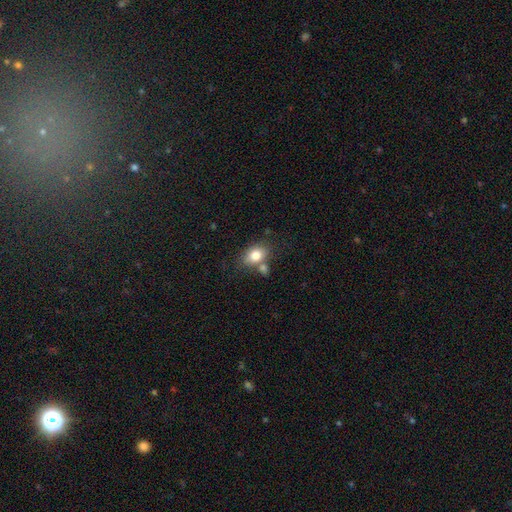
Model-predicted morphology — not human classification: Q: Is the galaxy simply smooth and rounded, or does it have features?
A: smooth — 79%.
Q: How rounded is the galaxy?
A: in between — 76%.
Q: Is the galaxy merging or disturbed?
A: none — 56%.